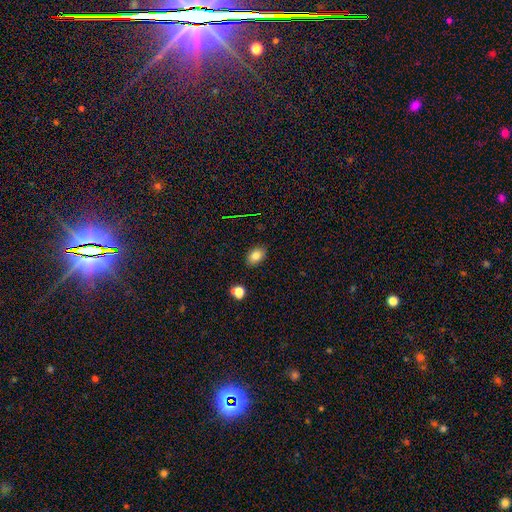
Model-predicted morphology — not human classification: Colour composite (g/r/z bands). It shows a smooth galaxy with no disk features (81%) that is in between round and cigar-shaped (81%). Merging: none (84%).